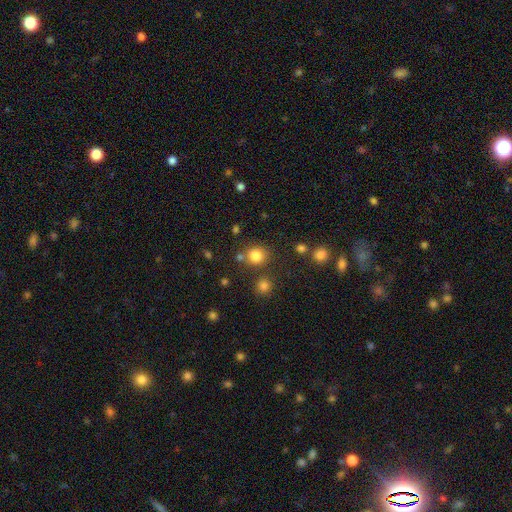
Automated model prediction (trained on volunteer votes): Smooth or featured?
  - smooth: 81% *
  - star or artifact: 13%
  - featured or disk: 5%
How rounded?
  - round: 83% *
  - in between: 16%
  - cigar-shaped: 1%
Merging?
  - none: 74% *
  - merger: 11%
  - minor disturbance: 10%
  - major disturbance: 4%